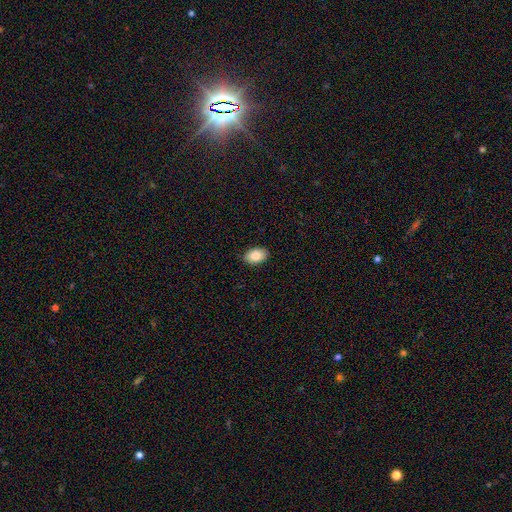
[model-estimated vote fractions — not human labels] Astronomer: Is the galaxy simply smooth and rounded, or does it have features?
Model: smooth — 86%.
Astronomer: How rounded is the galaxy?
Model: in between — 89%.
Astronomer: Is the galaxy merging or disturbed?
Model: none — 89%.